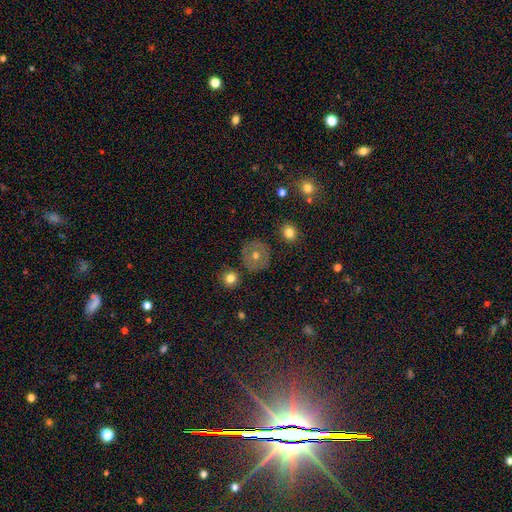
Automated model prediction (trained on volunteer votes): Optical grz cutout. It shows a smooth galaxy with no disk features (50%) that is round (89%). Merging: none (85%).